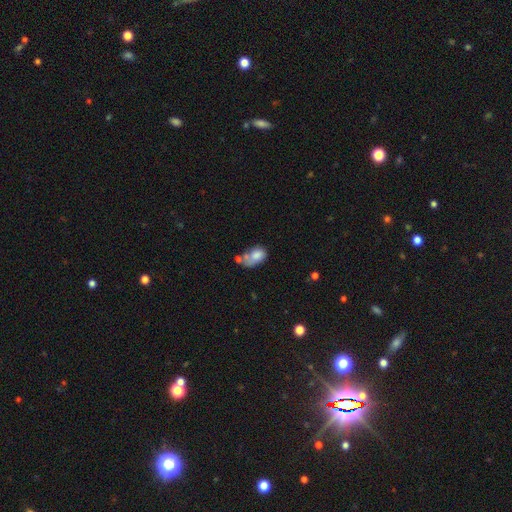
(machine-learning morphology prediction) Q: Smooth or featured?
A: smooth (71%); runner-up: featured or disk (21%)
Q: How rounded?
A: in between (85%); runner-up: round (14%)
Q: Merging?
A: merger (30%); runner-up: none (27%)